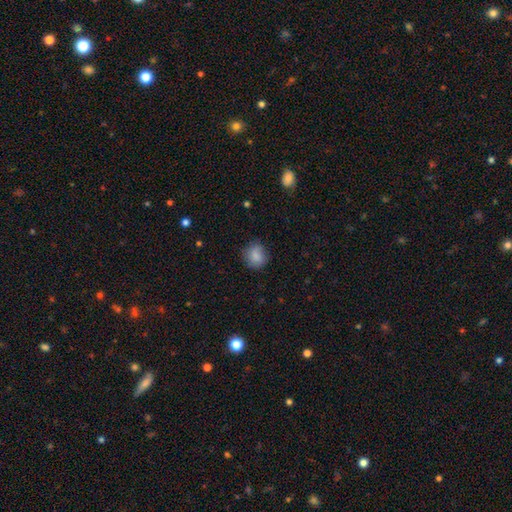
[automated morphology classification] Overall: smooth (85%). How rounded: round (74%). Merging: none (78%).